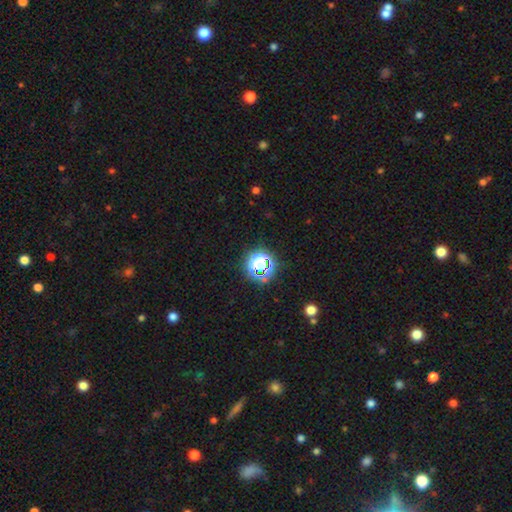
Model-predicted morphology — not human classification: This appears to be a star or artifact, not a galaxy (56%).